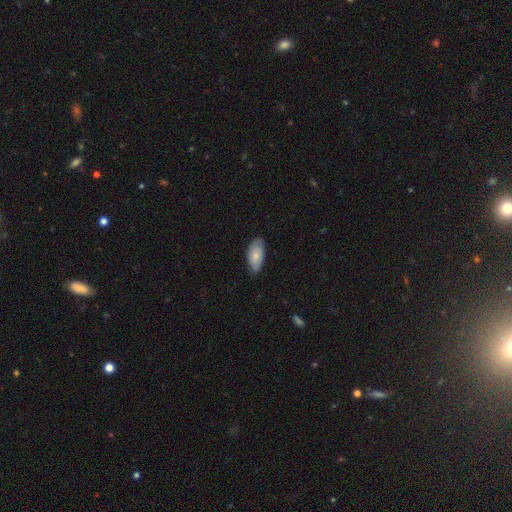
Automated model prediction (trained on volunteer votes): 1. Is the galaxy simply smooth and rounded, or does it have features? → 71% smooth, 23% featured or disk, 6% star or artifact.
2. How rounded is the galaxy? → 92% in between, 6% cigar-shaped, 3% round.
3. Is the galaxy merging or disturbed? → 73% none, 23% minor disturbance, 3% major disturbance, 1% merger.